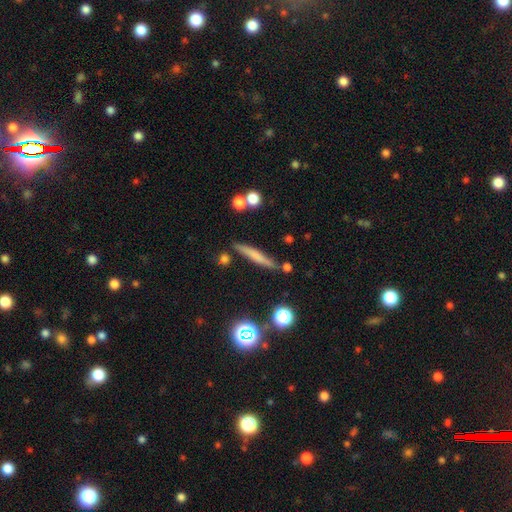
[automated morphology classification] smooth_or_featured: smooth (p=0.57) [alt: featured or disk p=0.34]
how_rounded: cigar-shaped (p=0.91) [alt: in between p=0.06]
merging: none (p=0.81) [alt: minor disturbance p=0.12]